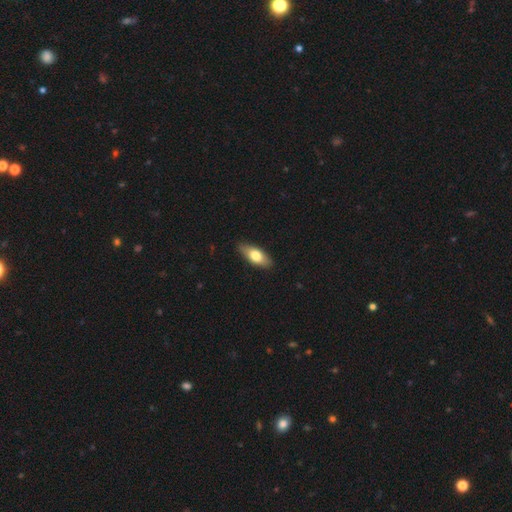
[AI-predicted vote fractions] smooth-or-featured: smooth: 69% | featured or disk: 26% | star or artifact: 6%
  how-rounded: in between: 79% | cigar-shaped: 18% | round: 3%
  merging: none: 87% | minor disturbance: 11% | major disturbance: 2% | merger: 1%